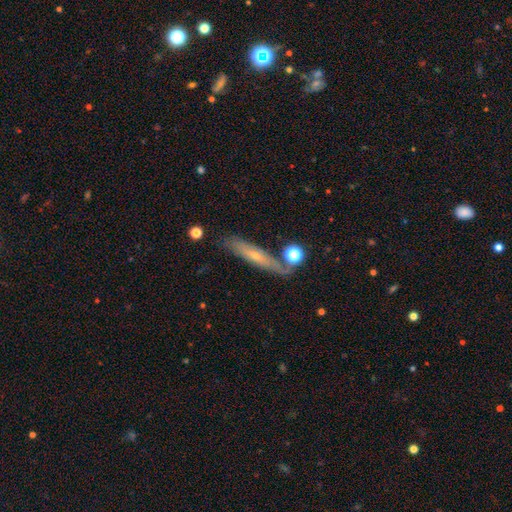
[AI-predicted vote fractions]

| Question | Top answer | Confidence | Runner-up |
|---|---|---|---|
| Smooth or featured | featured or disk | 49% | smooth (43%) |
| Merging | none | 71% | minor disturbance (16%) |